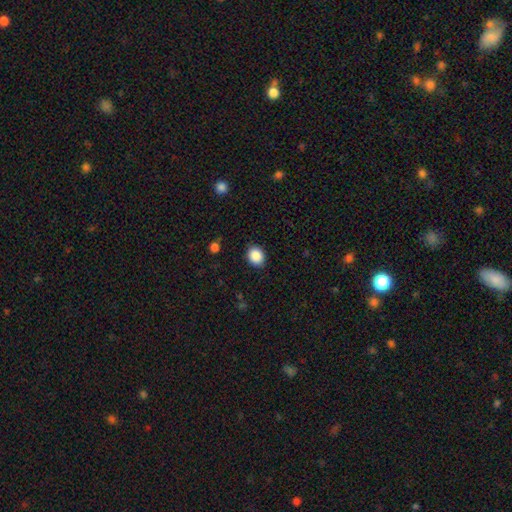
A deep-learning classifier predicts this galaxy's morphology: The model was most divided on "how rounded": round: 58%, in between: 42%, cigar-shaped: 1%. More confident: merging — none (89%); smooth or featured — smooth (88%).